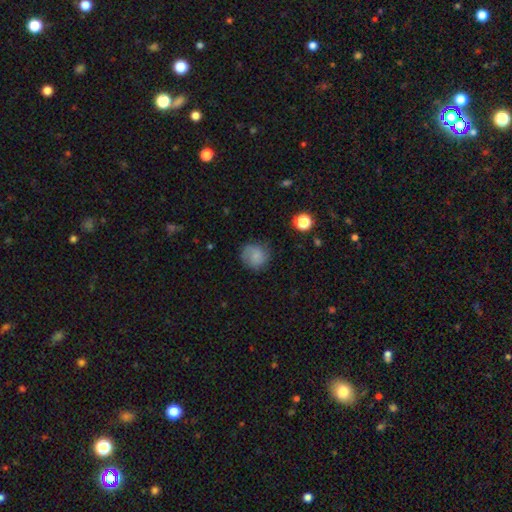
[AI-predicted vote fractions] smooth_or_featured: smooth (p=0.71) [alt: featured or disk p=0.18]
how_rounded: round (p=0.85) [alt: in between p=0.14]
merging: none (p=0.71) [alt: minor disturbance p=0.20]